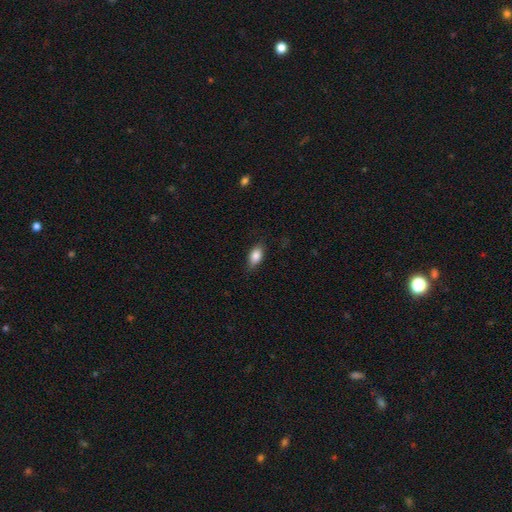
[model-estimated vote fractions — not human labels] A smooth galaxy with no disk features (84%) that is in between round and cigar-shaped (88%).

Vote fractions:
- Smooth or featured? smooth: 84% / featured or disk: 9% / star or artifact: 7%
- How rounded? in between: 88% / round: 7% / cigar-shaped: 6%
- Merging? none: 80% / minor disturbance: 16% / major disturbance: 3% / merger: 1%